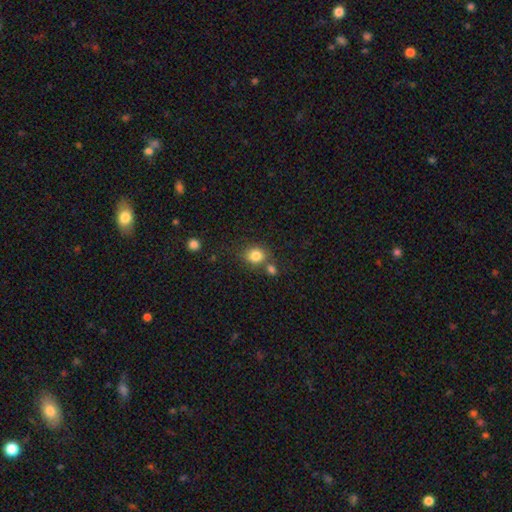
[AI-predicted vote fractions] Smooth or featured?
  - smooth: 83% *
  - star or artifact: 11%
  - featured or disk: 6%
How rounded?
  - round: 73% *
  - in between: 26%
  - cigar-shaped: 1%
Merging?
  - none: 64% *
  - merger: 20%
  - minor disturbance: 11%
  - major disturbance: 4%